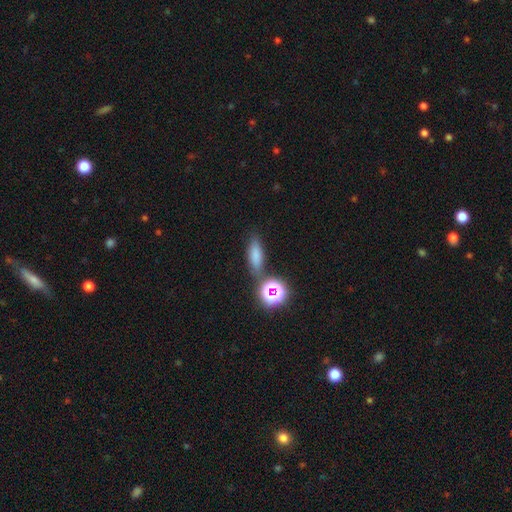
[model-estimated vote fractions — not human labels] smooth_or_featured: smooth (p=0.70) [alt: star or artifact p=0.18]
how_rounded: in between (p=0.54) [alt: cigar-shaped p=0.34]
merging: none (p=0.69) [alt: minor disturbance p=0.14]